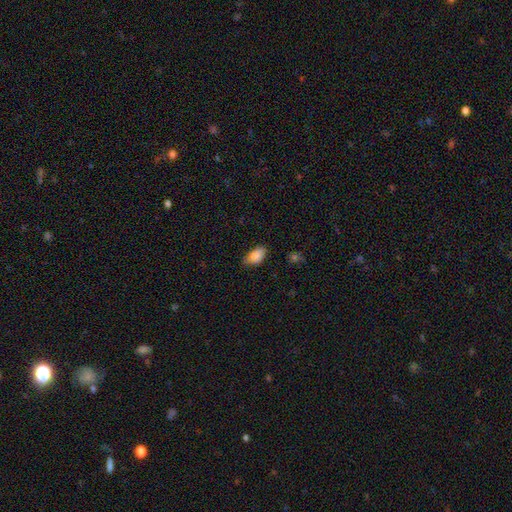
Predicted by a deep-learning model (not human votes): smooth 88%, star or artifact 8%, featured or disk 5%. Down the decision tree: how rounded — in between (92%); merging — none (71%).